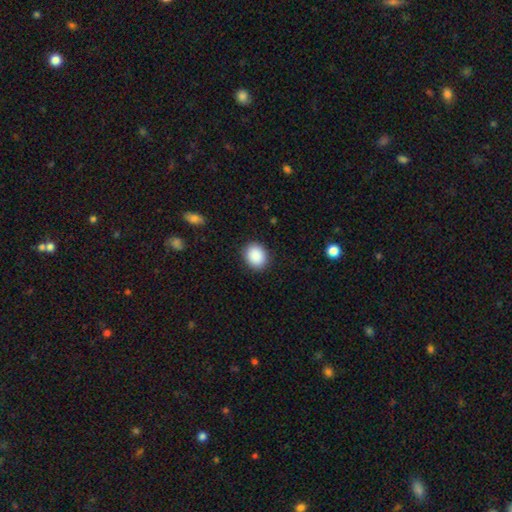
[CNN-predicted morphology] Smooth or featured? Predicted: smooth (p=0.90). How rounded? Predicted: round (p=0.58). Merging? Predicted: none (p=0.90).